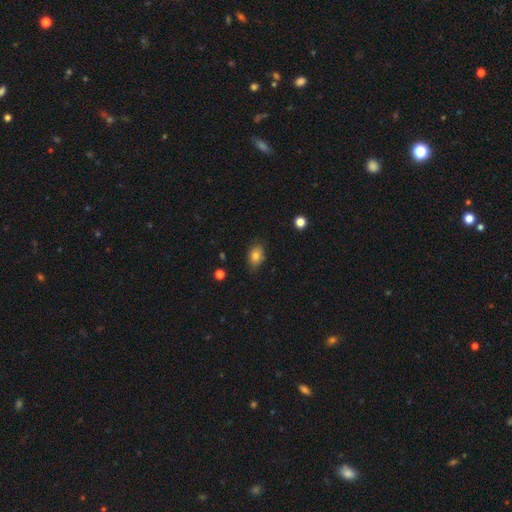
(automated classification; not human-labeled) This appears to be a smooth galaxy with no disk features (81%) that is in between round and cigar-shaped (75%). Merging: none (78%).